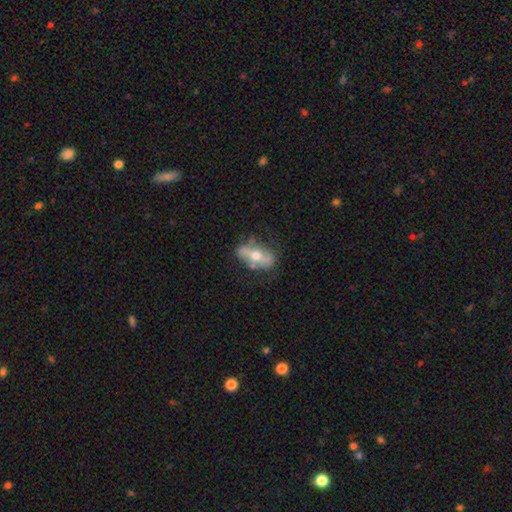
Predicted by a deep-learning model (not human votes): Overall: featured or disk (63%; smooth 31%). Edge-on disk: no (68%; yes 32%). Merging: none (67%).